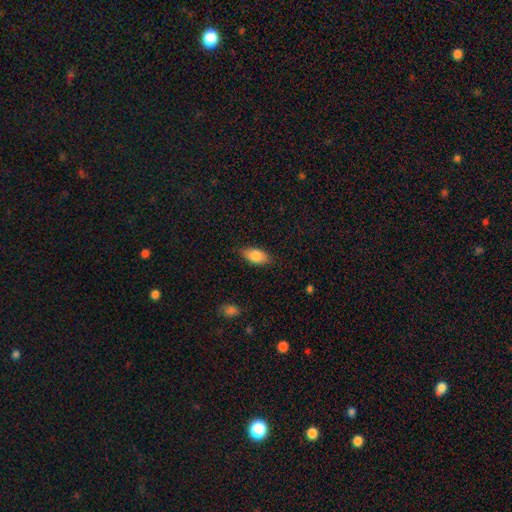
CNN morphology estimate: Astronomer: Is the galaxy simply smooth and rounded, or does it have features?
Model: smooth — 82%.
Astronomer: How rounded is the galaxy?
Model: in between — 91%.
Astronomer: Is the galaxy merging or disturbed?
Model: none — 84%.